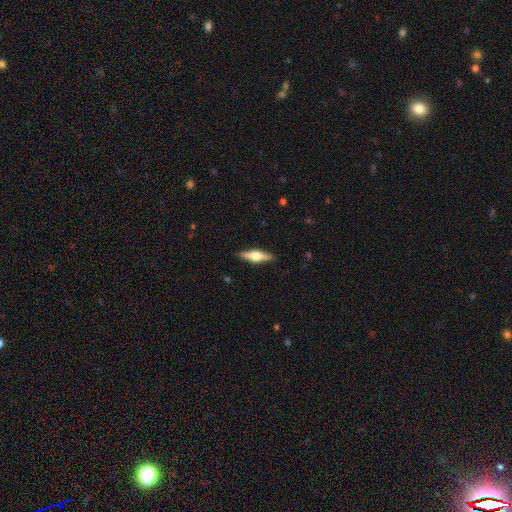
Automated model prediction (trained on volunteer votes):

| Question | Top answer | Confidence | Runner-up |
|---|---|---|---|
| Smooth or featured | featured or disk | 63% | smooth (32%) |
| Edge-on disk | yes | 97% | no (3%) |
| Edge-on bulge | rounded | 93% | boxy (6%) |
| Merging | none | 90% | minor disturbance (7%) |